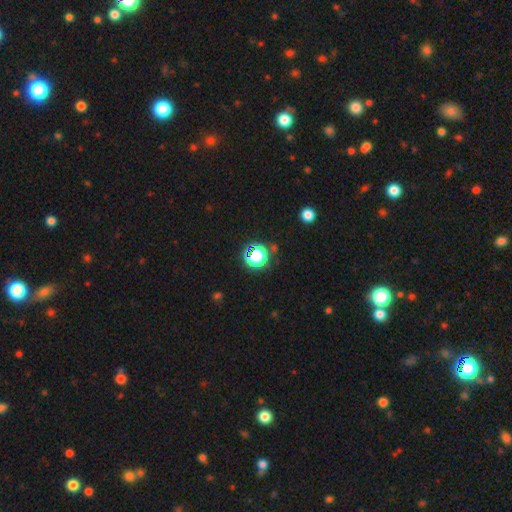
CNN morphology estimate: Overall: smooth (50%; star or artifact 41%). Merging: none (75%).